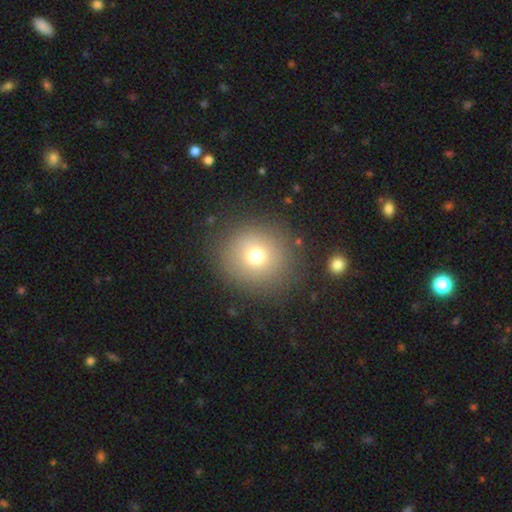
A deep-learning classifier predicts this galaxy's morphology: Smooth or featured?
  - smooth: 72% *
  - star or artifact: 15%
  - featured or disk: 13%
How rounded?
  - round: 89% *
  - in between: 10%
  - cigar-shaped: 1%
Merging?
  - none: 85% *
  - minor disturbance: 9%
  - major disturbance: 4%
  - merger: 2%